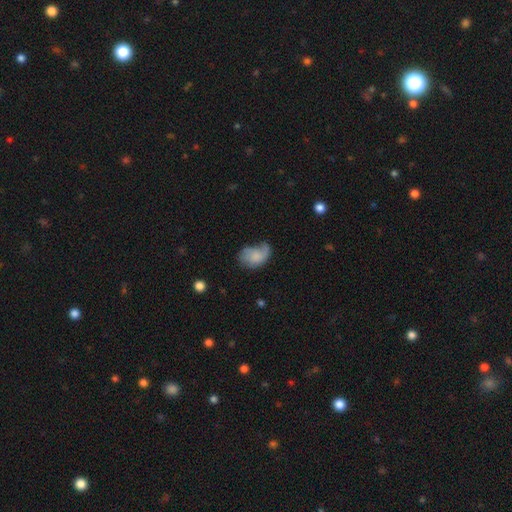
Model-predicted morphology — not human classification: smooth_or_featured: smooth (p=0.59) [alt: featured or disk p=0.32]
how_rounded: in between (p=0.80) [alt: round p=0.18]
merging: minor disturbance (p=0.33) [alt: none p=0.32]